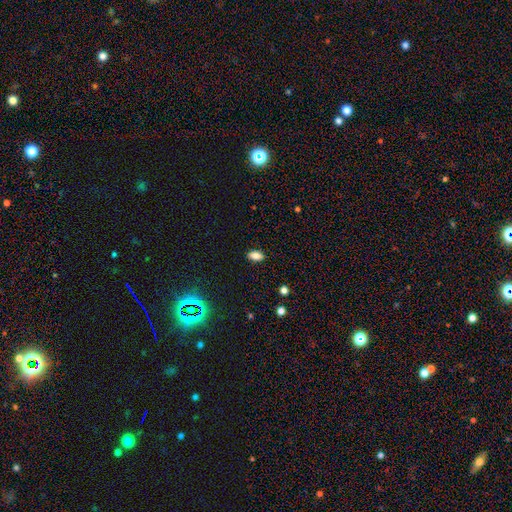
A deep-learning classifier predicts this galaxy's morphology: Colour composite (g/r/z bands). It shows a smooth galaxy with no disk features (80%) that is in between round and cigar-shaped (88%). Merging: none (88%).